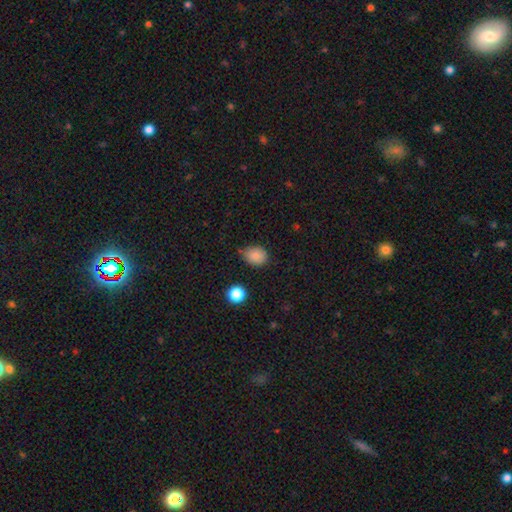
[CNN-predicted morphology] smooth-or-featured: smooth: 86% | star or artifact: 10% | featured or disk: 4%
  how-rounded: round: 55% | in between: 45% | cigar-shaped: 1%
  merging: none: 77% | minor disturbance: 17% | major disturbance: 3% | merger: 3%